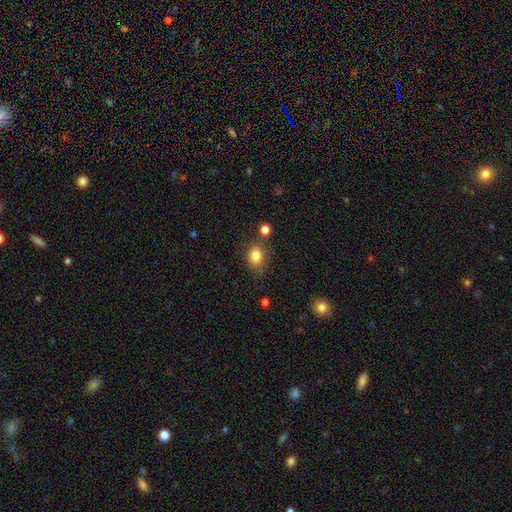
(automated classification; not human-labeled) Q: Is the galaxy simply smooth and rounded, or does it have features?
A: smooth — 83%.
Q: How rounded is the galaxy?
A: in between — 64%.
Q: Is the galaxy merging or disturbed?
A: none — 69%.